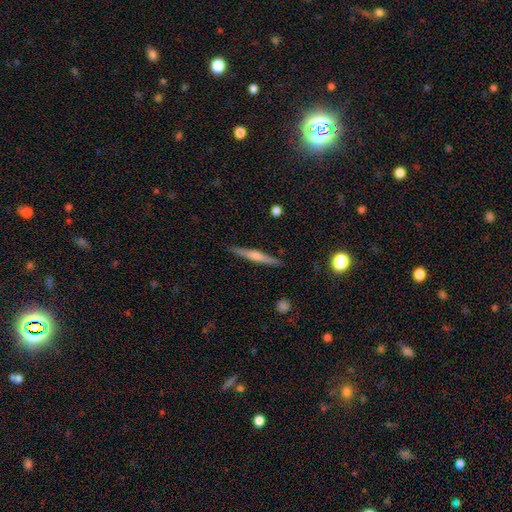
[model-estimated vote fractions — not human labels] A featured or disk galaxy (70%) viewed edge-on (98%) with a rounded central bulge (81%). Merging: none (91%).